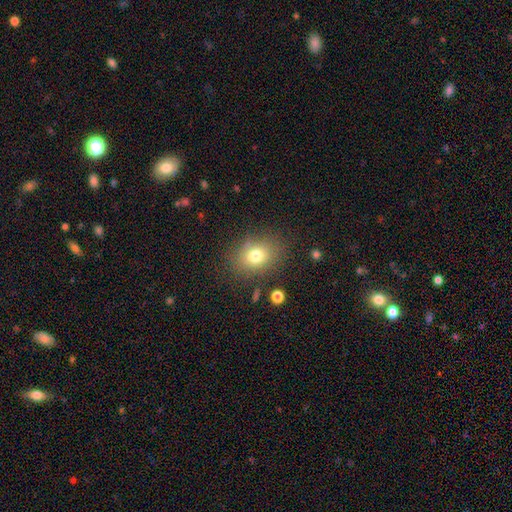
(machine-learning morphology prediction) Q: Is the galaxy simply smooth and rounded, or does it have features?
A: smooth — 76%.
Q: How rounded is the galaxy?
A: in between — 62%.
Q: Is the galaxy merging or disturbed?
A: none — 79%.